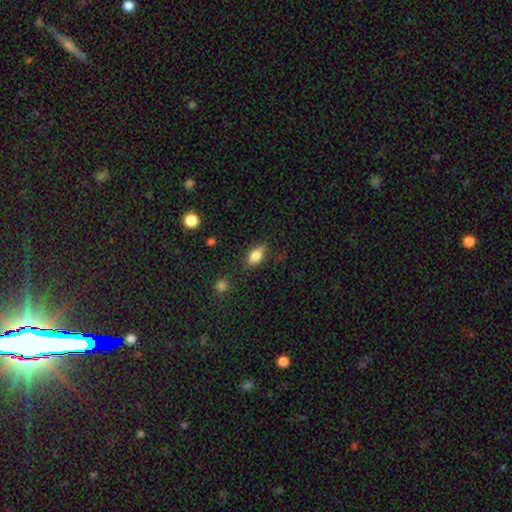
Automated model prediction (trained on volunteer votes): A smooth galaxy with no disk features (78%) that is in between round and cigar-shaped (85%). Merging: none (79%).